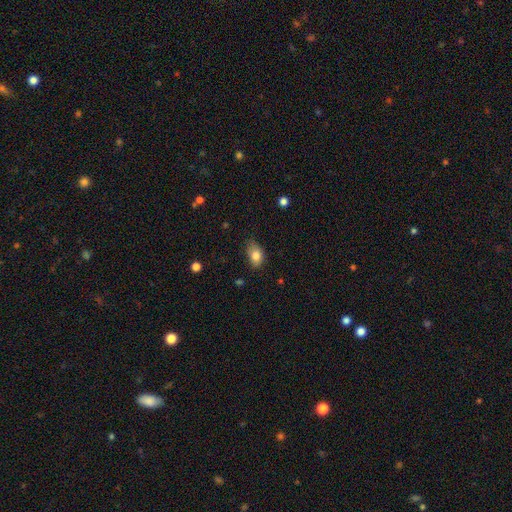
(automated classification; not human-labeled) smooth-or-featured: smooth: 82% | featured or disk: 9% | star or artifact: 8%
  how-rounded: in between: 86% | round: 12% | cigar-shaped: 2%
  merging: none: 65% | minor disturbance: 28% | major disturbance: 5% | merger: 2%